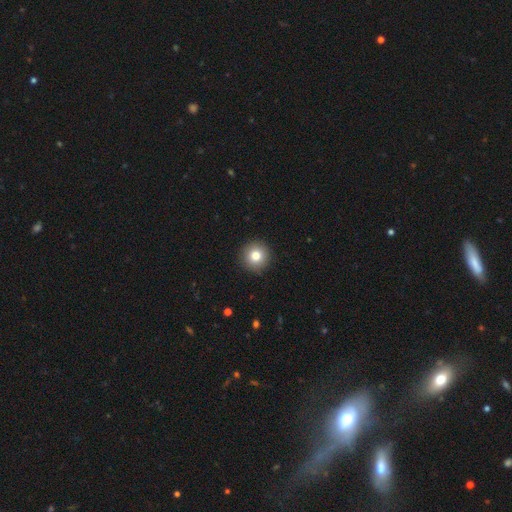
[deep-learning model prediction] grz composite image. It shows a smooth galaxy with no disk features (81%) that is round (95%). Merging: none (93%).